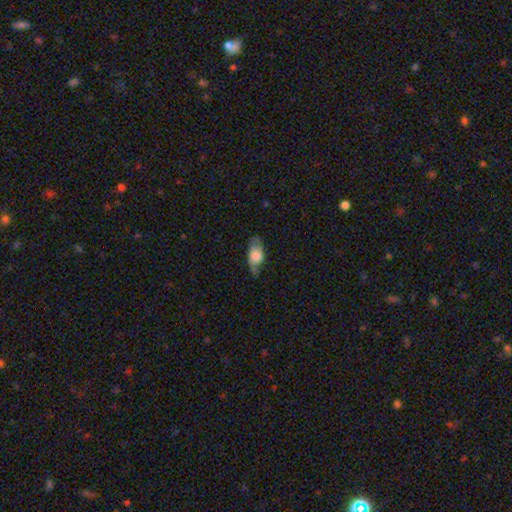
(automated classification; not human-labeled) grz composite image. It shows a smooth galaxy with no disk features (62%) that is in between round and cigar-shaped (85%). Merging: none (62%).